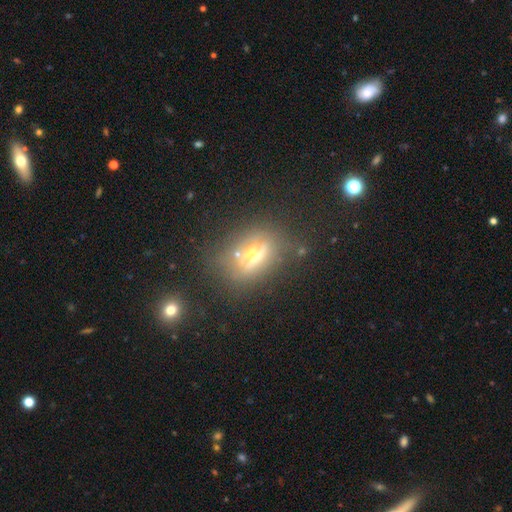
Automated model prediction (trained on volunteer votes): smooth-or-featured: featured or disk: 59% | smooth: 28% | star or artifact: 13%
  disk-edge-on: yes: 65% | no: 35%
  merging: none: 63% | minor disturbance: 18% | major disturbance: 14% | merger: 5%